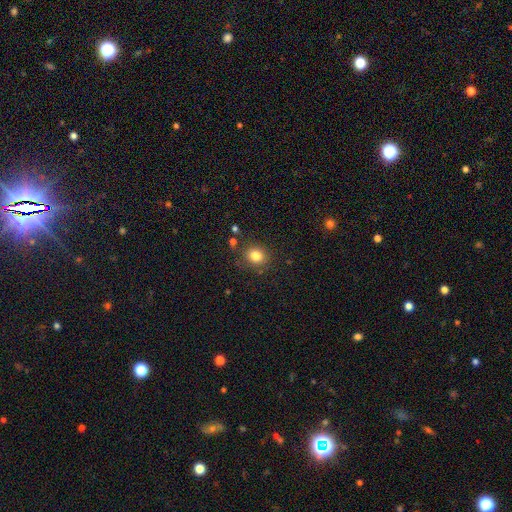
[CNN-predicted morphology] Overall: smooth (82%). How rounded: round (70%). Merging: none (82%).